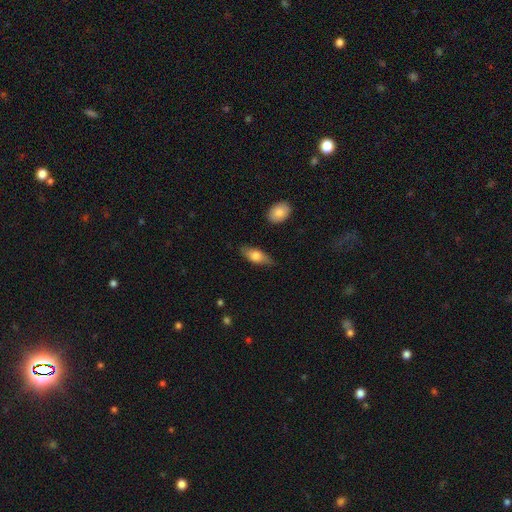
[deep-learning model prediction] This is likely a smooth galaxy (69%). How rounded: likely in between (76%). Merging: likely none (79%).